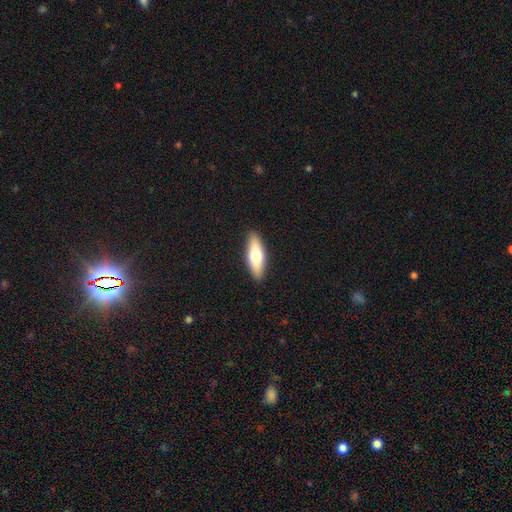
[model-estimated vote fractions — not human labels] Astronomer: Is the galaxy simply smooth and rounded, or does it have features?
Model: smooth — 63%.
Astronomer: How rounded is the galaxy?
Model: in between — 50% (runner-up: cigar-shaped, 47%).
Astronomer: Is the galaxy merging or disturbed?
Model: none — 90%.